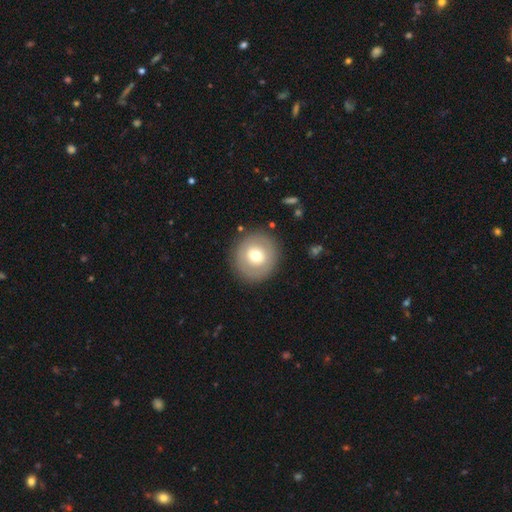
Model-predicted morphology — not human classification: Smooth or featured?
  - smooth: 60% *
  - featured or disk: 32%
  - star or artifact: 8%
How rounded?
  - round: 92% *
  - in between: 7%
  - cigar-shaped: 1%
Merging?
  - none: 87% *
  - minor disturbance: 8%
  - major disturbance: 4%
  - merger: 1%